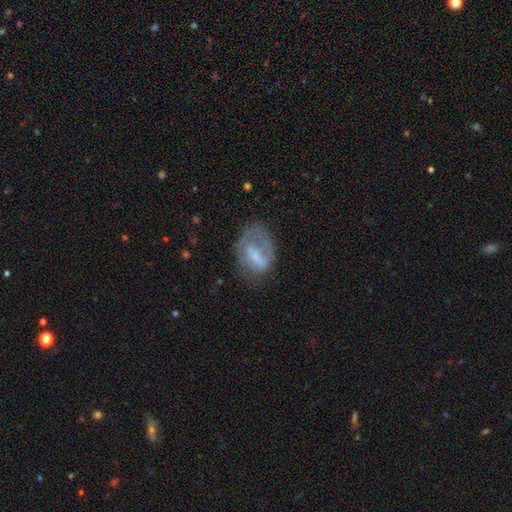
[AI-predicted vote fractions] featured or disk 51%, smooth 40%, star or artifact 9%. Down the decision tree: edge-on disk — no (96%); merging — none (42%).